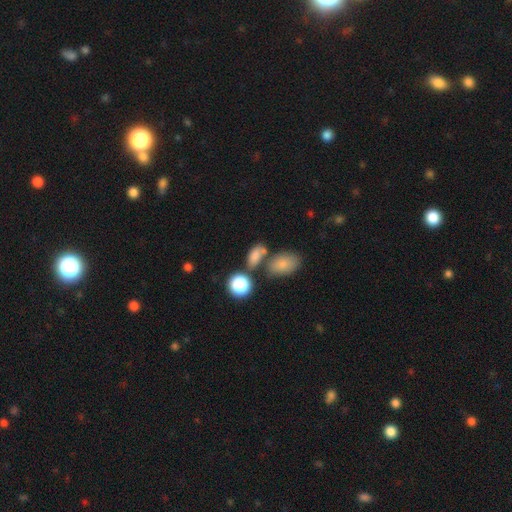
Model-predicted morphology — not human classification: Overall: smooth (78%). How rounded: in between (80%). Merging: none (53%; merger 27%).